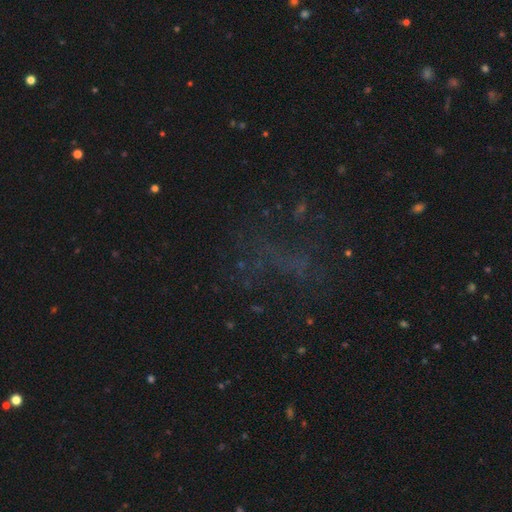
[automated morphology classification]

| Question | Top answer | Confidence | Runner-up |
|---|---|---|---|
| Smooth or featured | star or artifact | 56% | smooth (23%) |